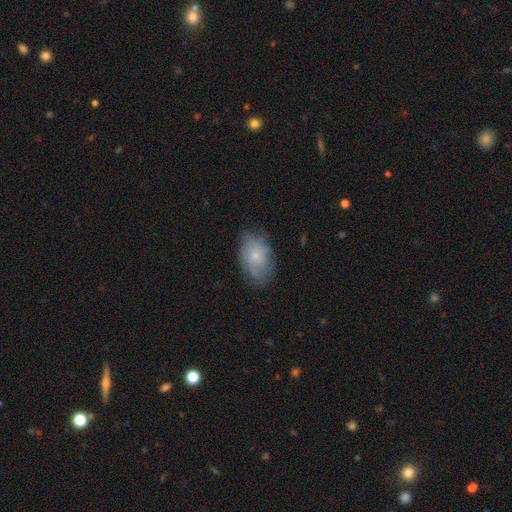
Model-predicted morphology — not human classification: type=smooth (61%); roundness=in between (88%); merging=none (66%).